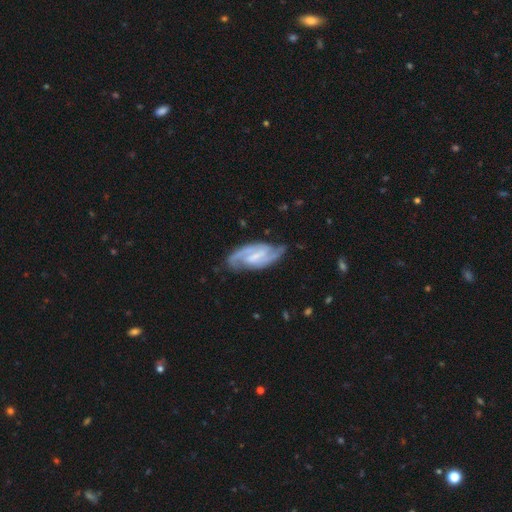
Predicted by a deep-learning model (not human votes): This is clearly a featured or disk galaxy (89%). It is clearly not viewed edge-on (96%). Bar: marginally weak (44%). Spiral arm pattern: clearly yes (97%). Spiral arm count: clearly 2 (91%). Spiral winding: possibly medium (53%). Central bulge: marginally small (42%). Merging: likely none (77%).